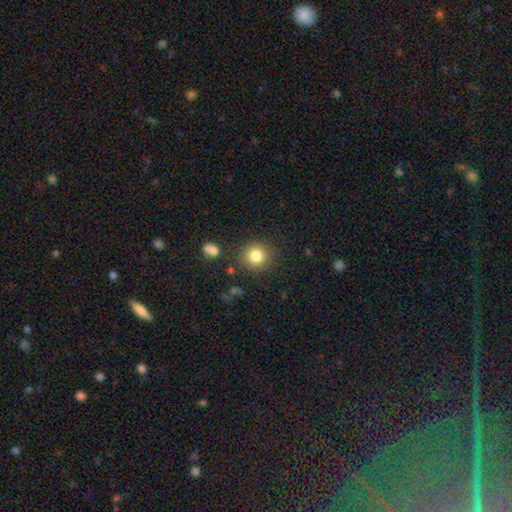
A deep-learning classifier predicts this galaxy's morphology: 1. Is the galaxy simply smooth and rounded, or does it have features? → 82% smooth, 12% star or artifact, 7% featured or disk.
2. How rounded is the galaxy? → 90% round, 10% in between, 1% cigar-shaped.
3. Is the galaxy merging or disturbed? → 86% none, 8% minor disturbance, 3% major disturbance, 3% merger.